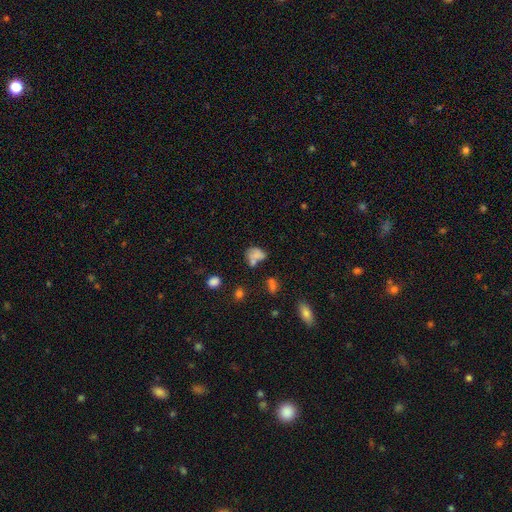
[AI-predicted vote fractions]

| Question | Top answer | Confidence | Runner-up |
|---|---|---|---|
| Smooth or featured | smooth | 67% | featured or disk (18%) |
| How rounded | in between | 62% | round (36%) |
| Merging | merger | 34% | none (32%) |